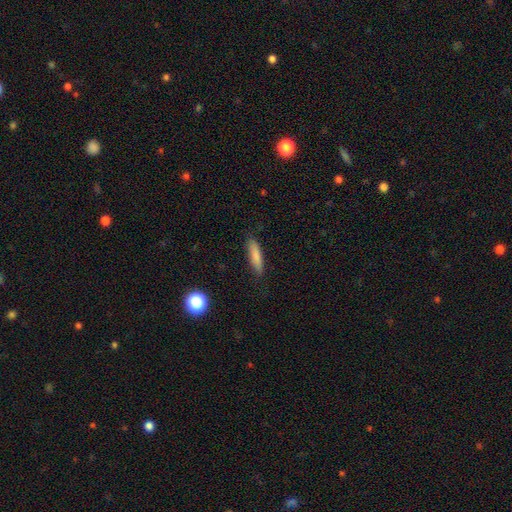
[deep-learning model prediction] The model was most divided on "how rounded": cigar-shaped: 70%, in between: 29%, round: 2%. More confident: merging — none (86%); smooth or featured — smooth (83%).